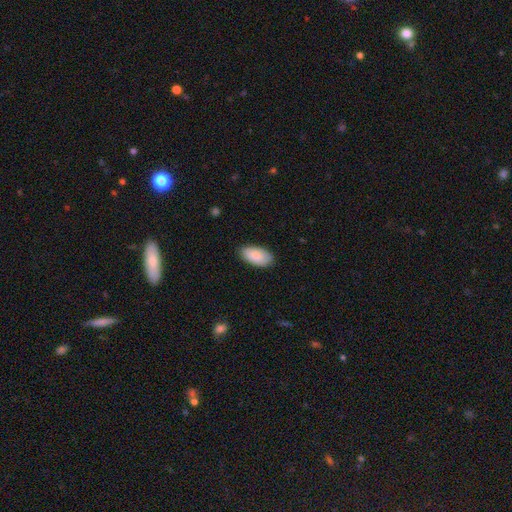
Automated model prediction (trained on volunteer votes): smooth 87%, featured or disk 7%, star or artifact 6%. Down the decision tree: how rounded — in between (95%); merging — none (85%).